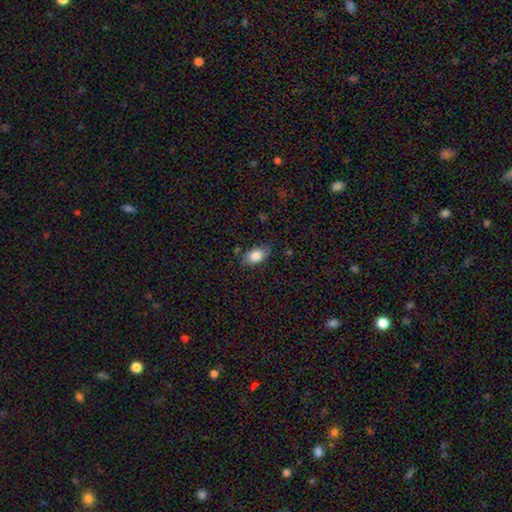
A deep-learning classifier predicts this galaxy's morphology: A smooth galaxy with no disk features (84%) that is in between round and cigar-shaped (90%). Merging: none (75%).